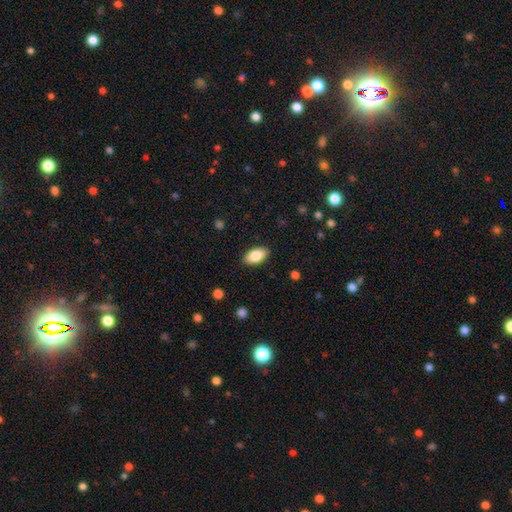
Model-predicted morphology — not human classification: smooth_or_featured: smooth (p=0.84) [alt: featured or disk p=0.09]
how_rounded: in between (p=0.93) [alt: cigar-shaped p=0.04]
merging: none (p=0.88) [alt: minor disturbance p=0.09]